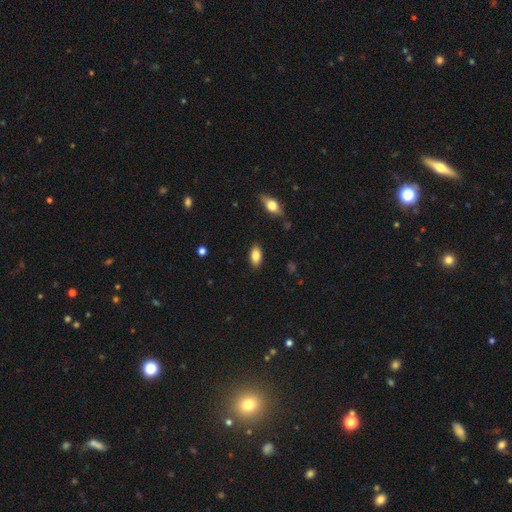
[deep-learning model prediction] Smooth or featured?
  - smooth: 81% *
  - featured or disk: 11%
  - star or artifact: 8%
How rounded?
  - in between: 89% *
  - cigar-shaped: 7%
  - round: 5%
Merging?
  - none: 87% *
  - minor disturbance: 10%
  - major disturbance: 2%
  - merger: 1%